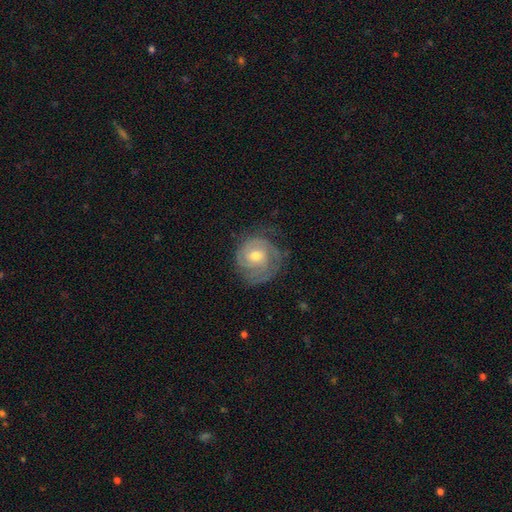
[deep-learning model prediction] featured or disk 77%, smooth 17%, star or artifact 6%. Down the decision tree: edge-on disk — no (97%); bar — no (65%); spiral arms — yes (92%); spiral arm count — 2 (35%); spiral winding — tight (69%); bulge size — moderate (66%); merging — none (69%).